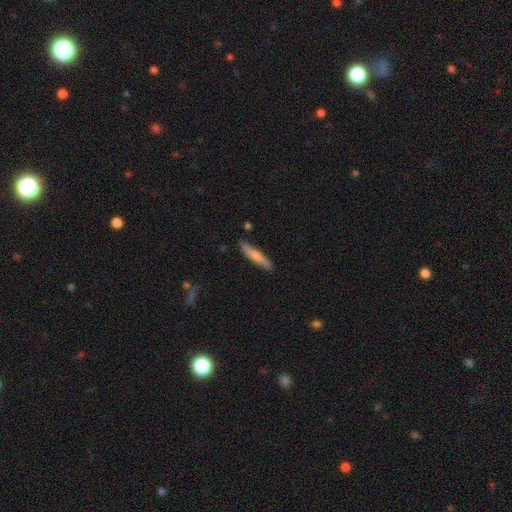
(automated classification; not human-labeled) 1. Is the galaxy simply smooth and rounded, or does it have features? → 71% smooth, 24% featured or disk, 5% star or artifact.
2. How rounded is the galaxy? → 91% cigar-shaped, 8% in between, 1% round.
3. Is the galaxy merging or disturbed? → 86% none, 10% minor disturbance, 2% merger, 2% major disturbance.